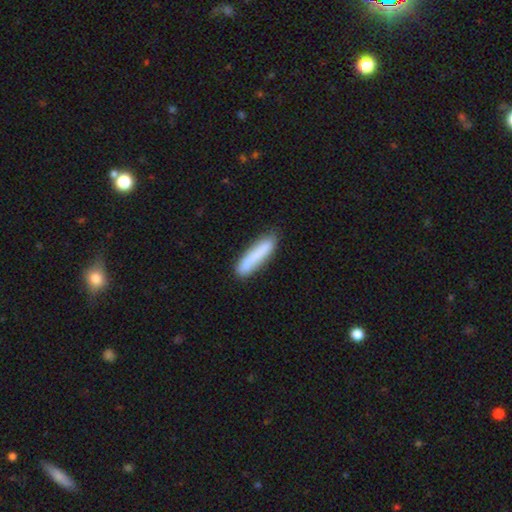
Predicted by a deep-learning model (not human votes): Smooth or featured: smooth — 79% (featured or disk — 15%)
How rounded: cigar-shaped — 86% (in between — 13%)
Merging: none — 77% (minor disturbance — 16%)